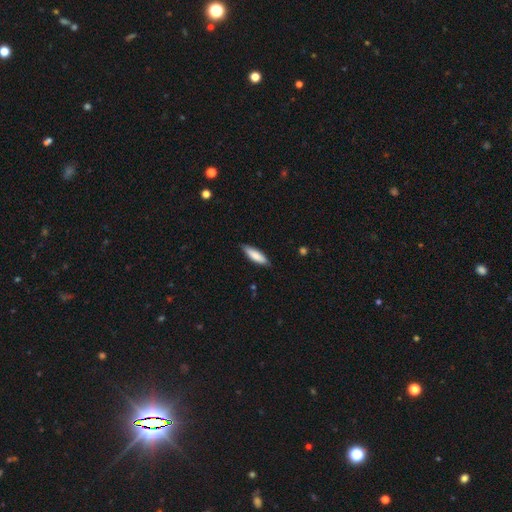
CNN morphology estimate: This appears to be a smooth galaxy with no disk features (82%) that is cigar-shaped (57%). Merging: none (84%).